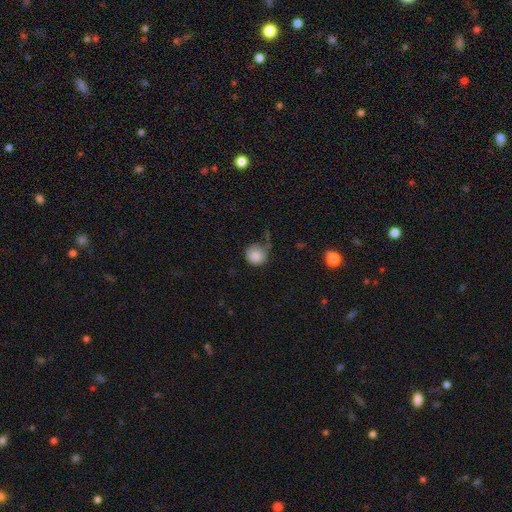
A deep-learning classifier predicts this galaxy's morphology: smooth 85%, star or artifact 8%, featured or disk 7%. Down the decision tree: how rounded — round (92%); merging — none (52%).